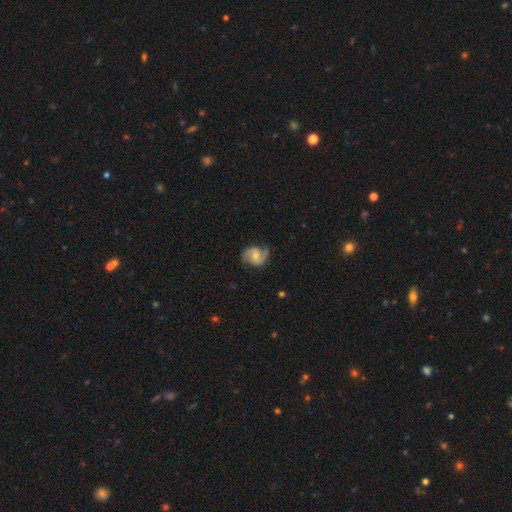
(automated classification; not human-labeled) This appears to be a featured or disk galaxy (80%) with a weak bar (44%), 2 (91%) medium (49%) spiral arms (95%) and a moderate central bulge (50%). Merging: none (77%).